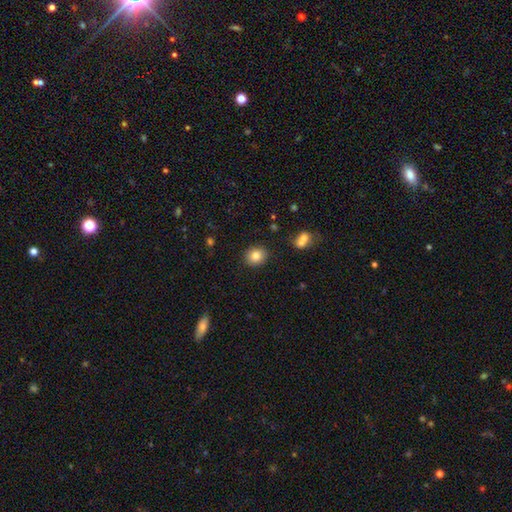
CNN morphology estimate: The model was most divided on "how rounded": round: 68%, in between: 31%, cigar-shaped: 1%. More confident: merging — none (89%); smooth or featured — smooth (83%).